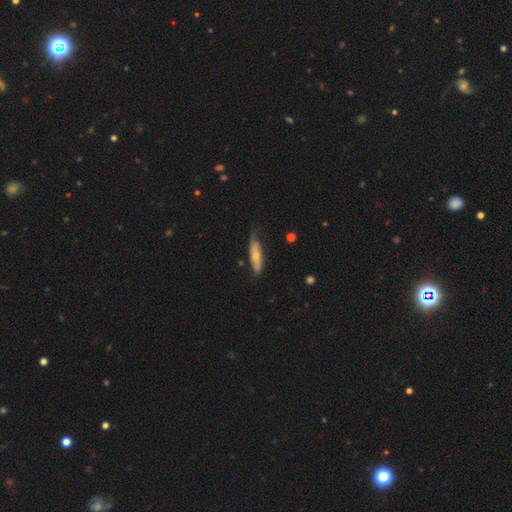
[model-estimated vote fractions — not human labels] This is possibly a smooth galaxy (56%). How rounded: likely cigar-shaped (63%). Merging: possibly none (59%).